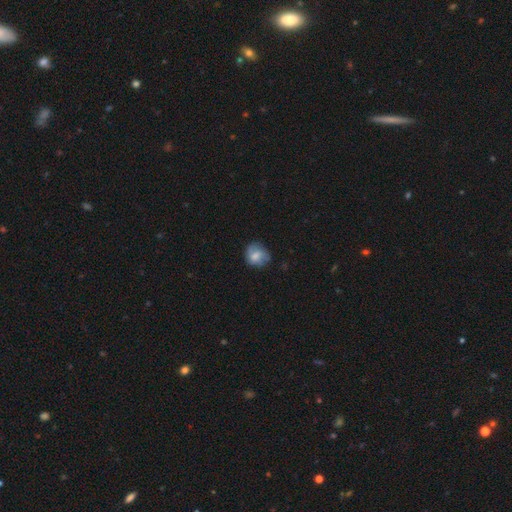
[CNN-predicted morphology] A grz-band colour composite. It shows a smooth galaxy with no disk features (67%) that is round (72%). Merging: none (62%).